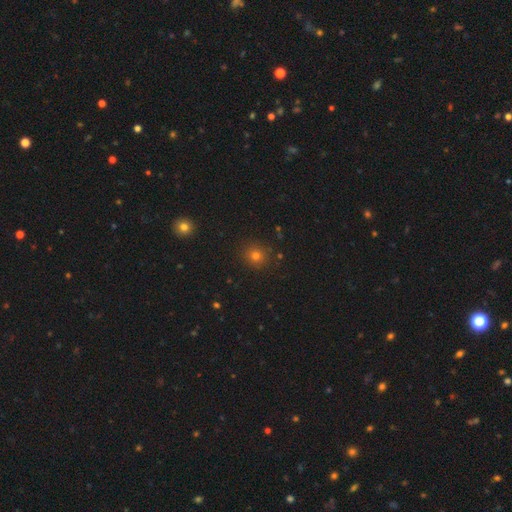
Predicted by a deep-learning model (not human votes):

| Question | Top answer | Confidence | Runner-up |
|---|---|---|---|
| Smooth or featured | smooth | 73% | star or artifact (20%) |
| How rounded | round | 92% | in between (7%) |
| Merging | none | 89% | minor disturbance (7%) |